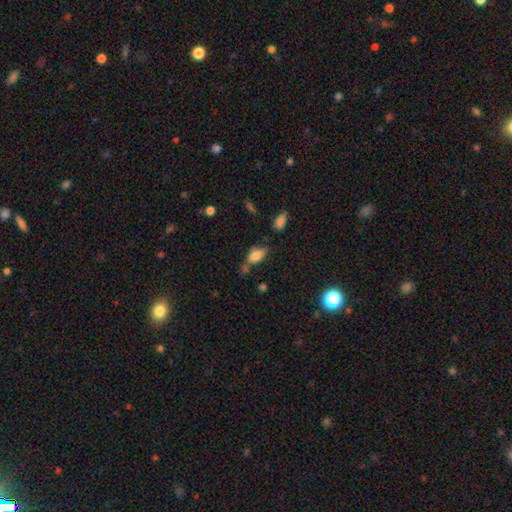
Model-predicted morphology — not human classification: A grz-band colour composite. It shows a smooth galaxy with no disk features (72%) that is in between round and cigar-shaped (84%). Merging: none (46%).